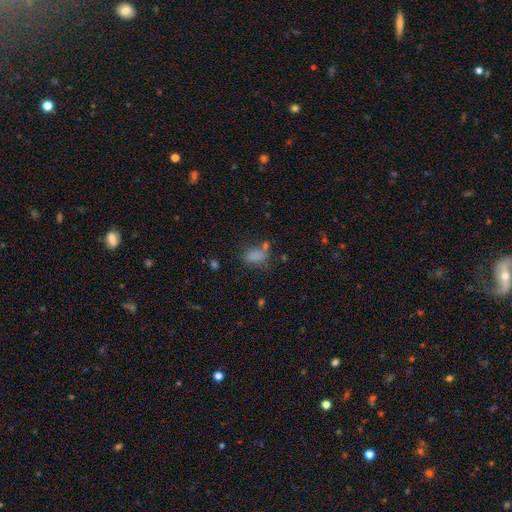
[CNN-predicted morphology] A smooth galaxy with no disk features (77%) that is in between round and cigar-shaped (84%).

Vote fractions:
- Smooth or featured? smooth: 77% / star or artifact: 14% / featured or disk: 8%
- How rounded? in between: 84% / round: 10% / cigar-shaped: 6%
- Merging? none: 55% / minor disturbance: 21% / merger: 12% / major disturbance: 11%